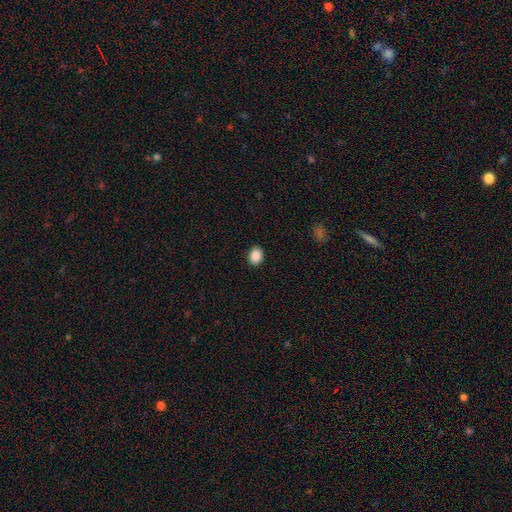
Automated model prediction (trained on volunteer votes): The model was most divided on "how rounded": in between: 57%, round: 42%, cigar-shaped: 1%. More confident: merging — none (90%); smooth or featured — smooth (89%).